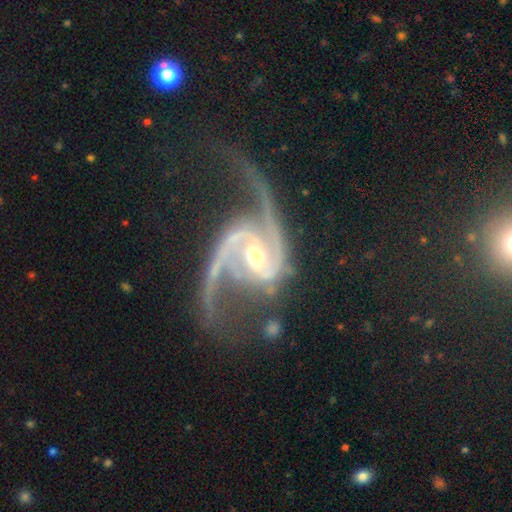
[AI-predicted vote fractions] Overall: featured or disk (93%). Edge-on disk: no (98%). Bar: weak (40%; no 33%). Spiral arms: yes (98%). Spiral arm count: 2 (89%). Spiral winding: medium (46%; loose 43%). Bulge size: moderate (66%; small 26%). Merging: none (55%; major disturbance 22%).